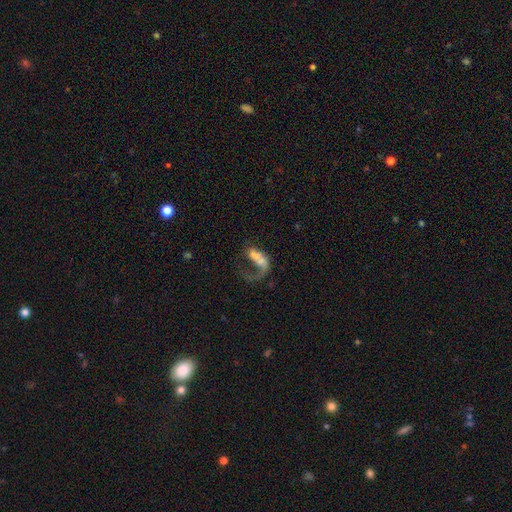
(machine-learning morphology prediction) Smooth or featured: featured or disk — 57% (smooth — 29%)
Edge-on disk: no — 94% (yes — 6%)
Bar: no — 65% (weak — 23%)
Spiral arms: yes — 61% (no — 39%)
Bulge size: none — 49% (small — 26%)
Merging: major disturbance — 48% (none — 24%)